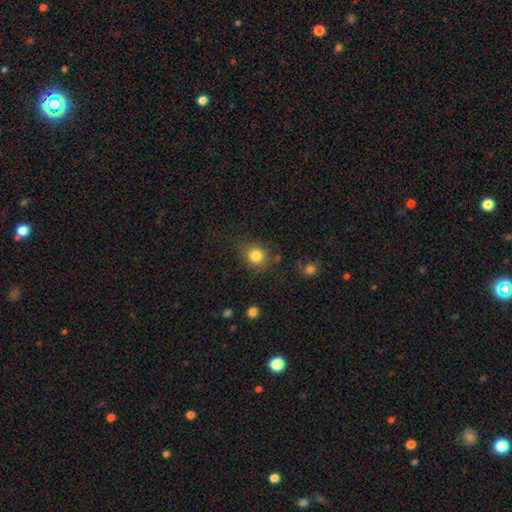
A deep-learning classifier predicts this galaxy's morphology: smooth-or-featured: smooth: 83% | star or artifact: 11% | featured or disk: 6%
  how-rounded: round: 82% | in between: 17% | cigar-shaped: 1%
  merging: none: 78% | minor disturbance: 13% | major disturbance: 5% | merger: 4%